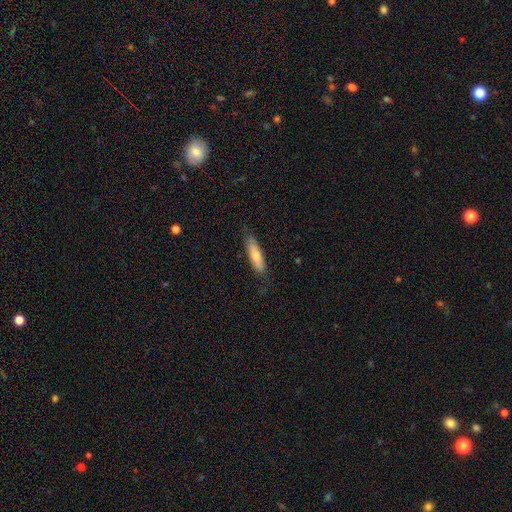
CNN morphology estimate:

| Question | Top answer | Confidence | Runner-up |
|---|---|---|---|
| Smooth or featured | smooth | 75% | featured or disk (20%) |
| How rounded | cigar-shaped | 65% | in between (33%) |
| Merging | none | 78% | minor disturbance (17%) |